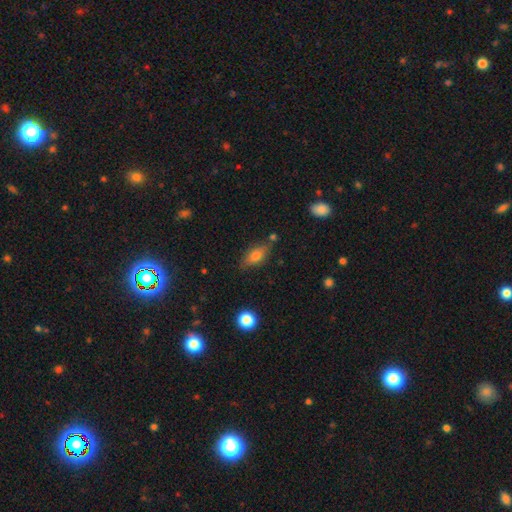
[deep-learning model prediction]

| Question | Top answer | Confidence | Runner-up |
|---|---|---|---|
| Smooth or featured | smooth | 73% | featured or disk (18%) |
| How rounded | in between | 81% | cigar-shaped (13%) |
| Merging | none | 71% | minor disturbance (18%) |